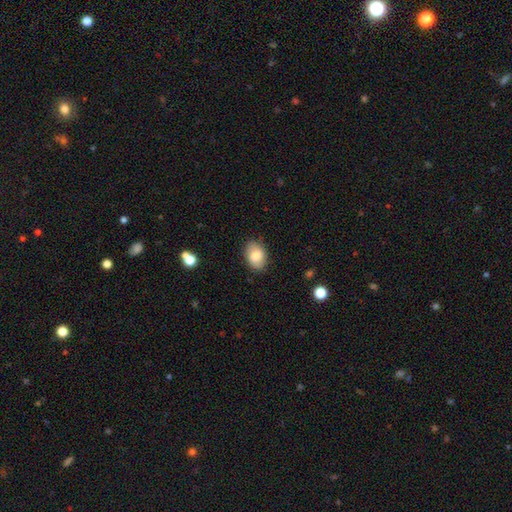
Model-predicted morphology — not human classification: type=smooth (80%); roundness=in between (82%); merging=none (84%).